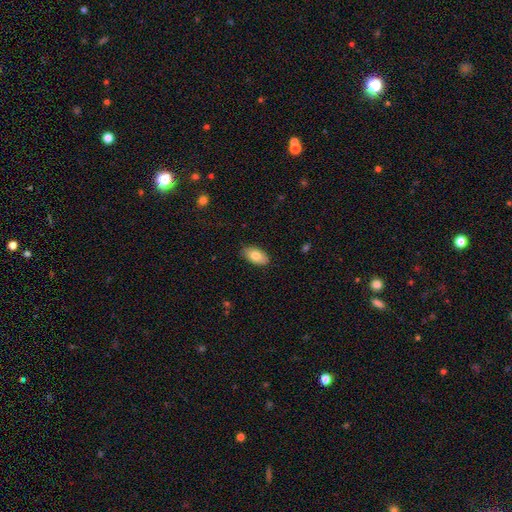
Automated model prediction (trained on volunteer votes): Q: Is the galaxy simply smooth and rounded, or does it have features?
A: smooth — 79%.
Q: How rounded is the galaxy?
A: in between — 93%.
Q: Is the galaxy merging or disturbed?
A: none — 85%.